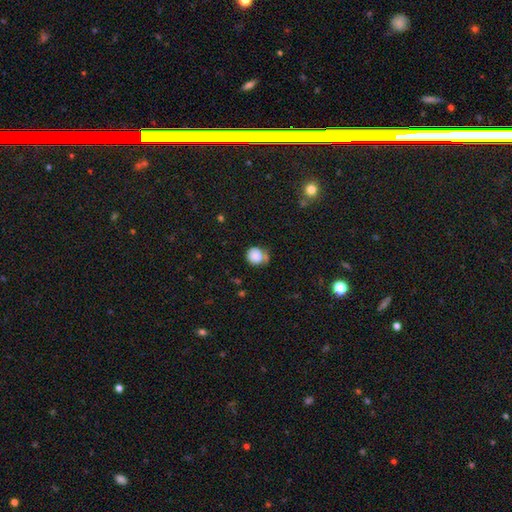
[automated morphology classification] Overall: smooth (84%). How rounded: round (87%). Merging: none (57%; minor disturbance 25%).